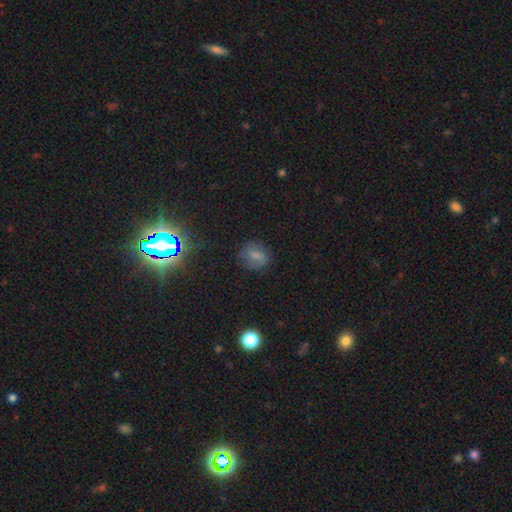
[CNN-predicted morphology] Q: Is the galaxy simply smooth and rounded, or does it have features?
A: smooth — 64%.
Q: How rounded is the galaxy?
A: round — 55%.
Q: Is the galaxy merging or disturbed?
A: none — 74%.